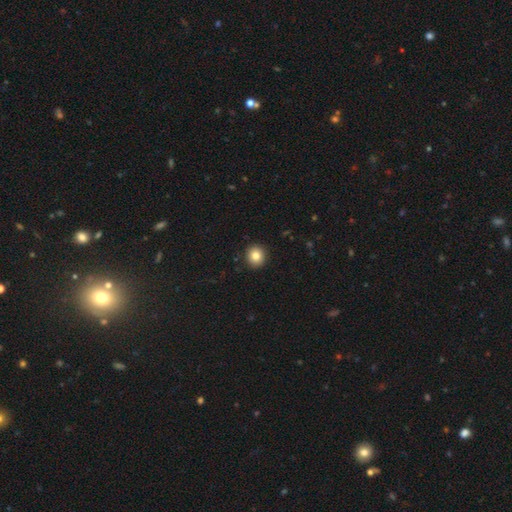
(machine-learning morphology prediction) A smooth galaxy with no disk features (83%) that is round (87%). Merging: none (92%).